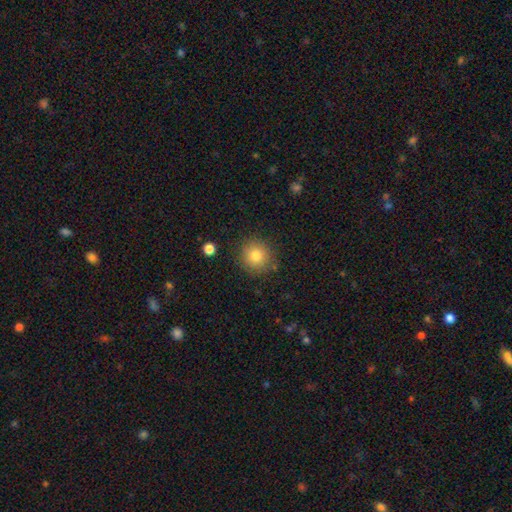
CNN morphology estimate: Smooth or featured: smooth — 81% (star or artifact — 10%)
How rounded: round — 92% (in between — 7%)
Merging: none — 85% (minor disturbance — 10%)